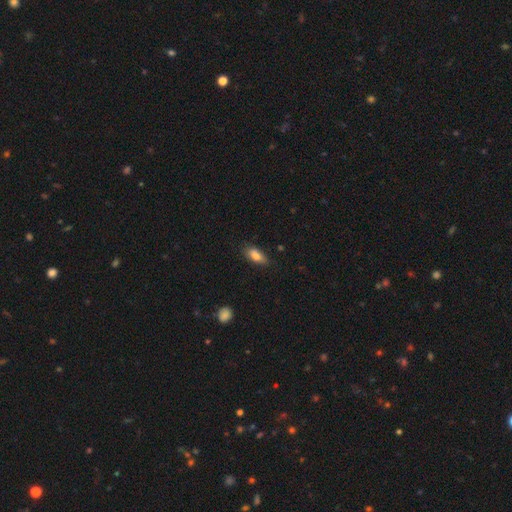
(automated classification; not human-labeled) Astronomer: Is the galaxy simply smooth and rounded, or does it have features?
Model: smooth — 81%.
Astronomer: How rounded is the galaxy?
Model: in between — 83%.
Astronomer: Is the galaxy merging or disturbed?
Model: none — 73%.